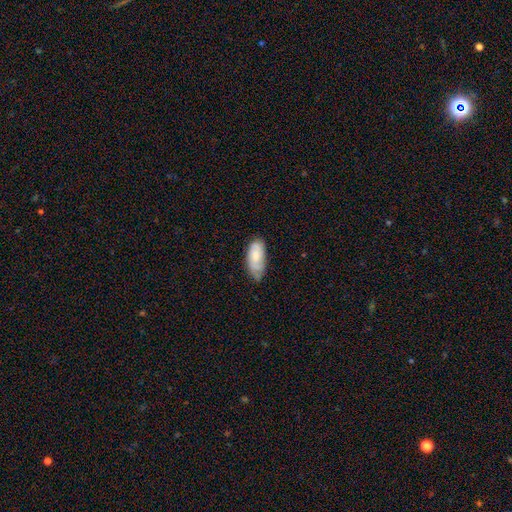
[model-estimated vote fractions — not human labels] Smooth or featured: smooth — 65% (featured or disk — 28%)
How rounded: in between — 90% (cigar-shaped — 7%)
Merging: none — 56% (minor disturbance — 35%)